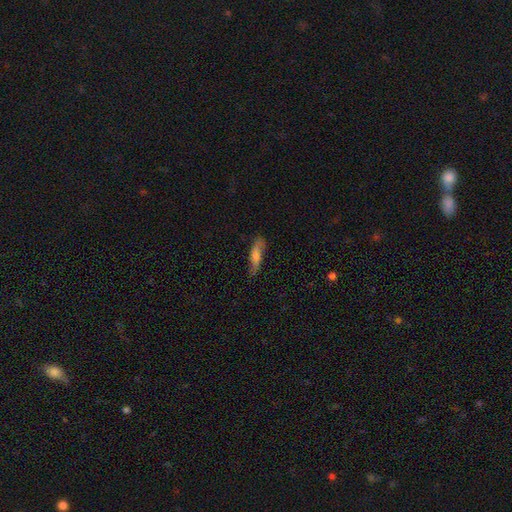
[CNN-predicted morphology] Smooth or featured: smooth — 51% (featured or disk — 41%)
How rounded: cigar-shaped — 71% (in between — 26%)
Merging: none — 75% (minor disturbance — 19%)